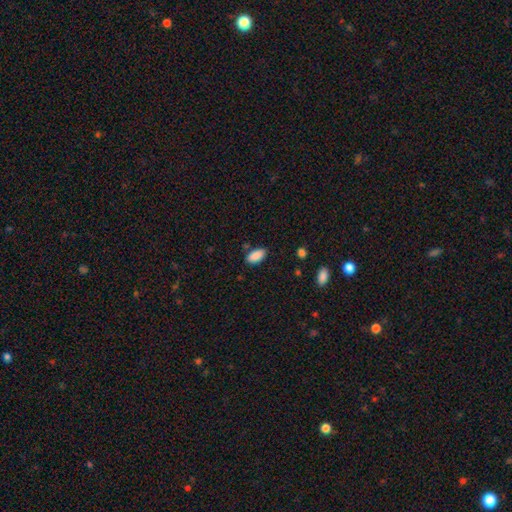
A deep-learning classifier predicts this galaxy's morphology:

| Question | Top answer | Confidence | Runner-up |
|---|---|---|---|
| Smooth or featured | smooth | 89% | star or artifact (7%) |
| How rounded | in between | 93% | cigar-shaped (5%) |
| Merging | none | 80% | minor disturbance (15%) |